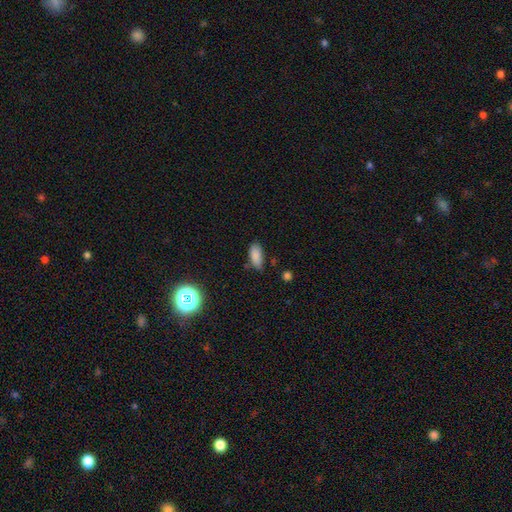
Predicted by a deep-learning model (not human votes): Smooth or featured? smooth (85%)
How rounded? in between (89%)
Merging? none (66%)